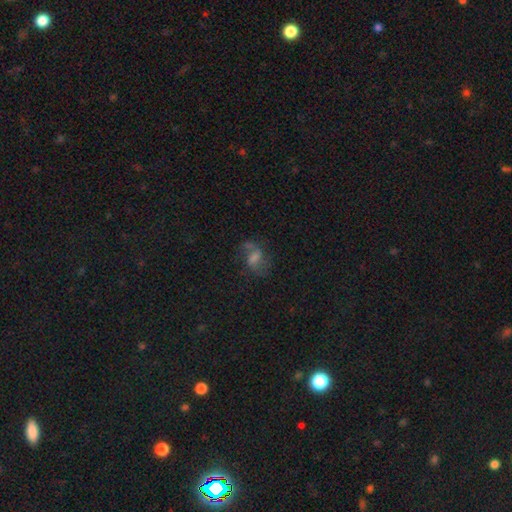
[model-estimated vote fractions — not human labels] This appears to be a featured or disk galaxy (53%) with a weak bar (48%), spiral arms (85%) and a moderate central bulge (37%). Merging: none (62%).